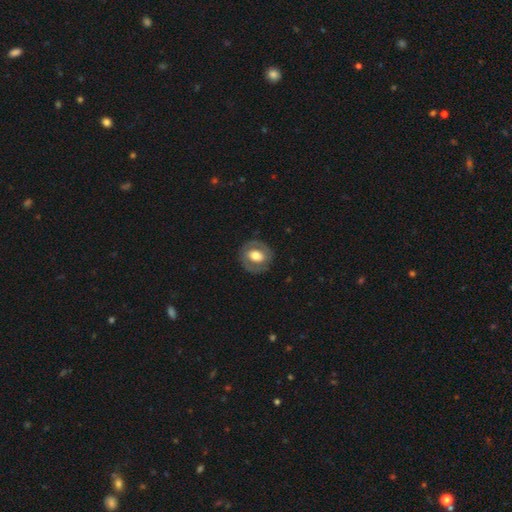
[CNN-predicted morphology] Smooth or featured: featured or disk — 50% (smooth — 44%)
Merging: none — 81% (minor disturbance — 12%)